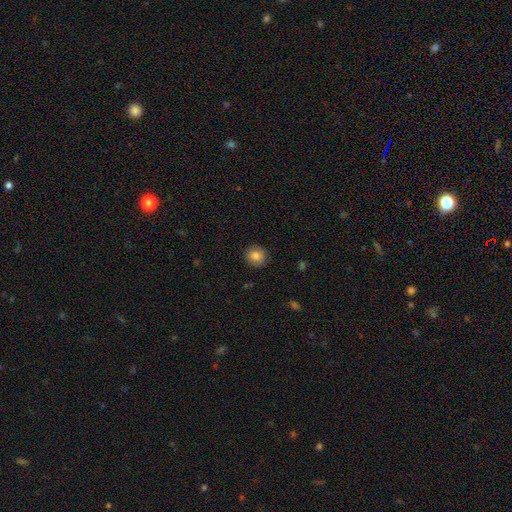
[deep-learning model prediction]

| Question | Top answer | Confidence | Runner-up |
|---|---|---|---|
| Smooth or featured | smooth | 83% | star or artifact (9%) |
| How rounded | round | 86% | in between (13%) |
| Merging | none | 89% | minor disturbance (8%) |